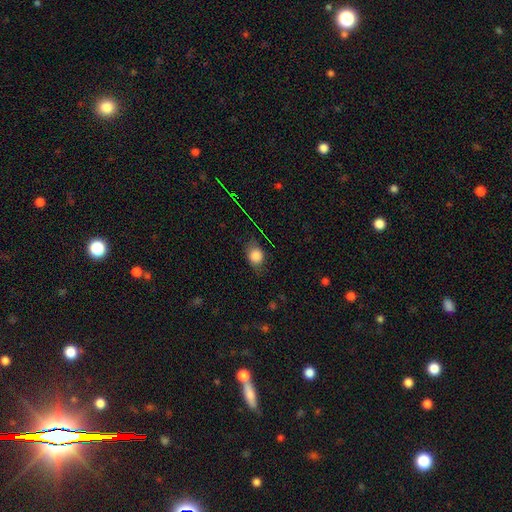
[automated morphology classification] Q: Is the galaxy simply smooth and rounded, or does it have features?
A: smooth — 79%.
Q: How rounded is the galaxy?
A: in between — 57%.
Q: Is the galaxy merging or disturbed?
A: none — 71%.